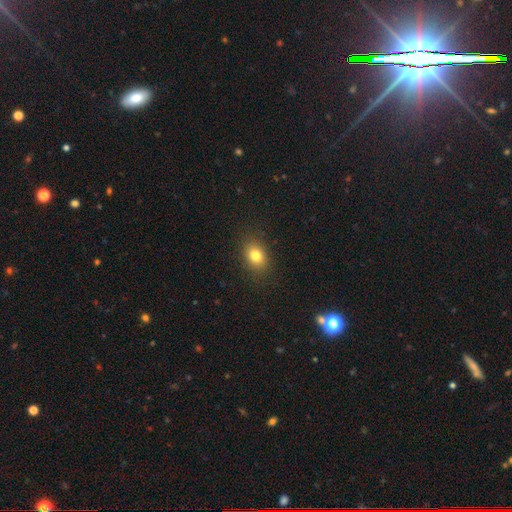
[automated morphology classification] This is clearly a smooth galaxy (81%). How rounded: likely in between (70%). Merging: clearly none (86%).